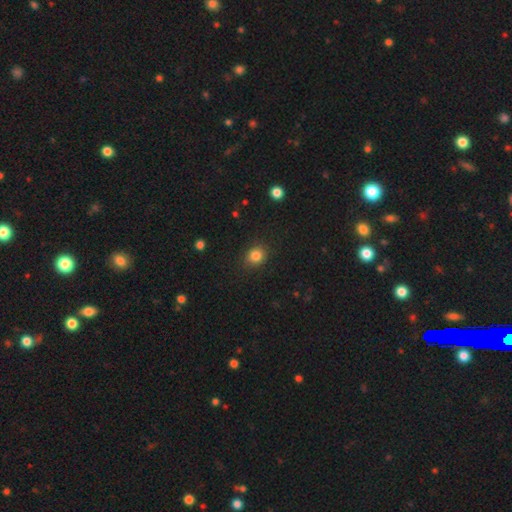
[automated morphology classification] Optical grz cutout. It shows a smooth galaxy with no disk features (84%) that is round (72%). Merging: none (87%).